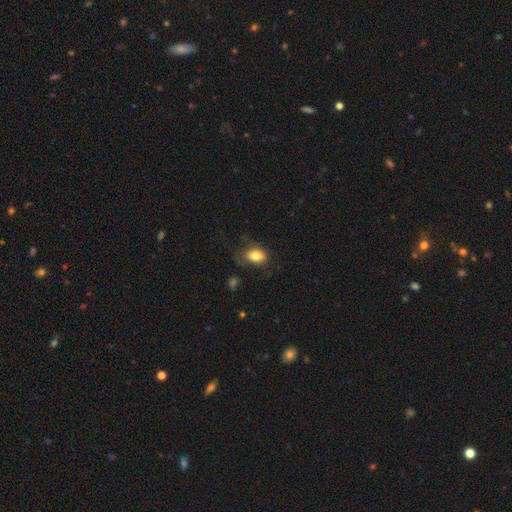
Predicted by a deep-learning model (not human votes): Smooth or featured? Predicted: smooth (p=0.81). How rounded? Predicted: in between (p=0.83). Merging? Predicted: none (p=0.64).